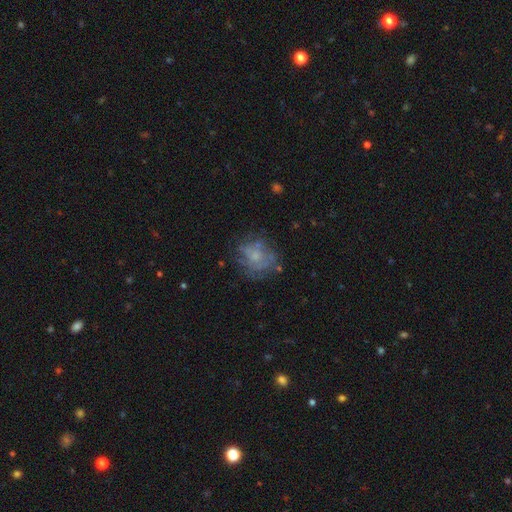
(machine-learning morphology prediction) type=featured or disk (49%); merging=none (61%).